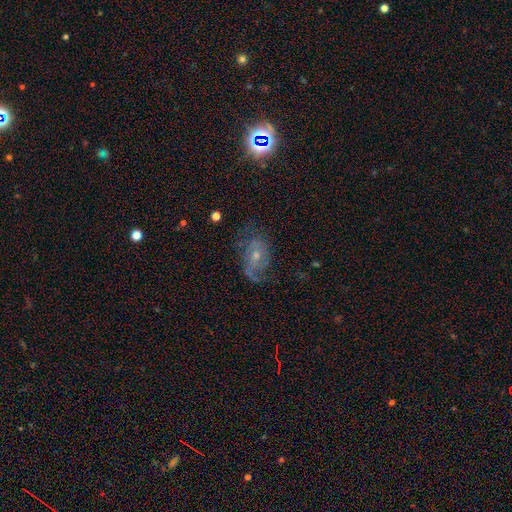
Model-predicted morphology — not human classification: Smooth or featured: featured or disk — 67% (smooth — 19%)
Edge-on disk: no — 95% (yes — 5%)
Bar: no — 59% (weak — 34%)
Spiral arms: yes — 83% (no — 17%)
Spiral winding: medium — 41% (tight — 30%)
Spiral arm count: 2 — 45% (can't tell — 28%)
Bulge size: small — 53% (moderate — 41%)
Merging: none — 58% (minor disturbance — 22%)